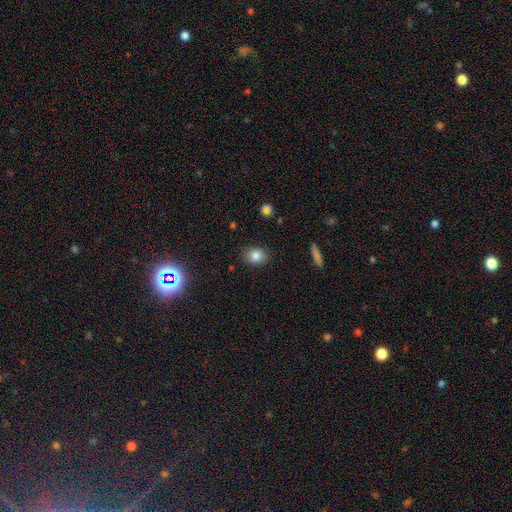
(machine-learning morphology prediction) A smooth galaxy with no disk features (82%) that is in between round and cigar-shaped (60%).

Vote fractions:
- Smooth or featured? smooth: 82% / star or artifact: 10% / featured or disk: 8%
- How rounded? in between: 60% / round: 39% / cigar-shaped: 1%
- Merging? none: 85% / minor disturbance: 11% / major disturbance: 2% / merger: 1%